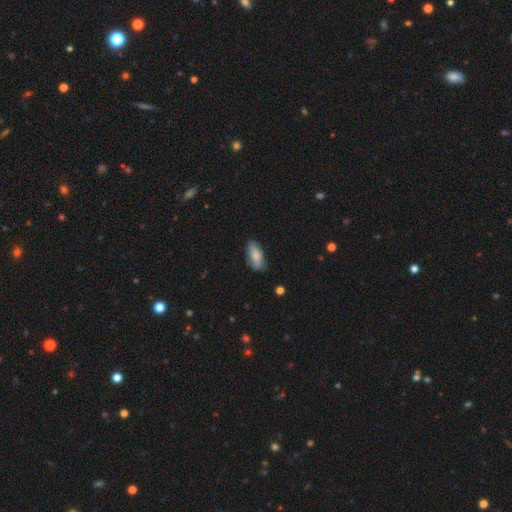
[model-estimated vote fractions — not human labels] Overall: smooth (81%). How rounded: in between (83%). Merging: none (74%).